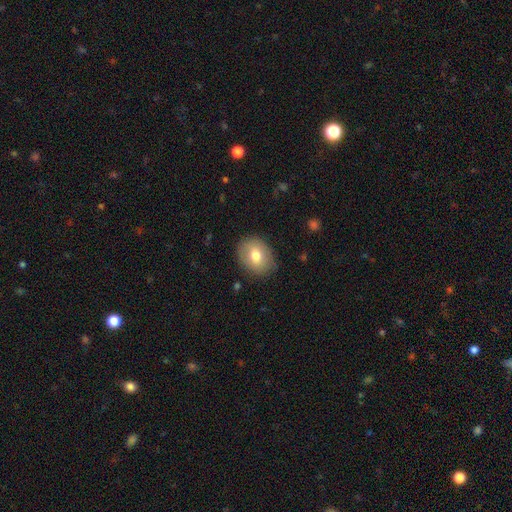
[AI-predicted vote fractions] This is likely a smooth galaxy (74%). How rounded: possibly in between (53%). Merging: clearly none (84%).